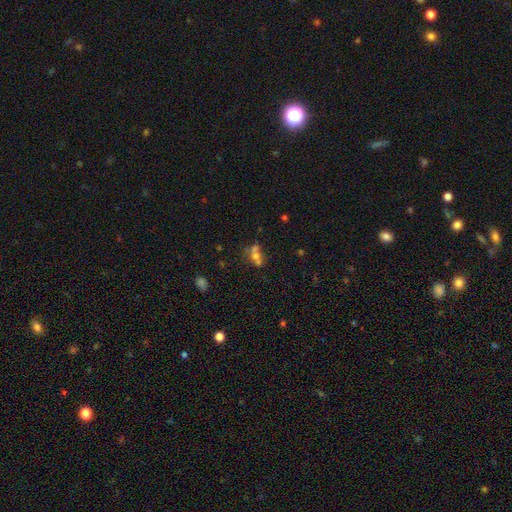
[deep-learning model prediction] Smooth or featured: smooth — 51% (featured or disk — 27%)
How rounded: round — 59% (in between — 38%)
Merging: merger — 53% (none — 33%)